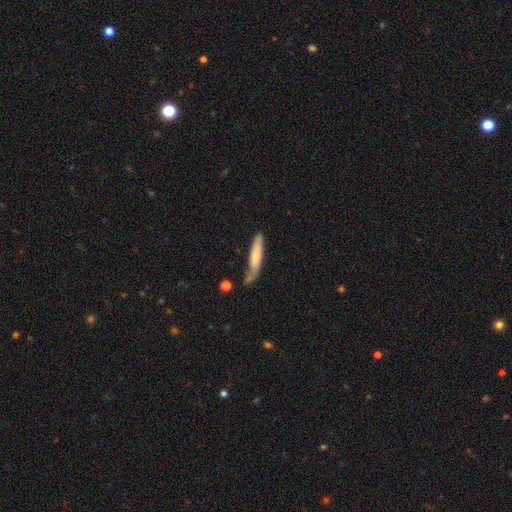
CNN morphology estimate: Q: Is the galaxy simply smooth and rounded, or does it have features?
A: smooth — 62%.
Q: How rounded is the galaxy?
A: cigar-shaped — 86%.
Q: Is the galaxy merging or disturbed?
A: none — 52%.